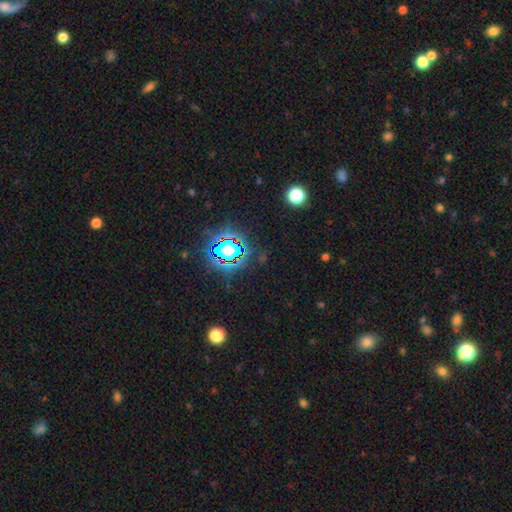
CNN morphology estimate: Overall: star or artifact (81%).